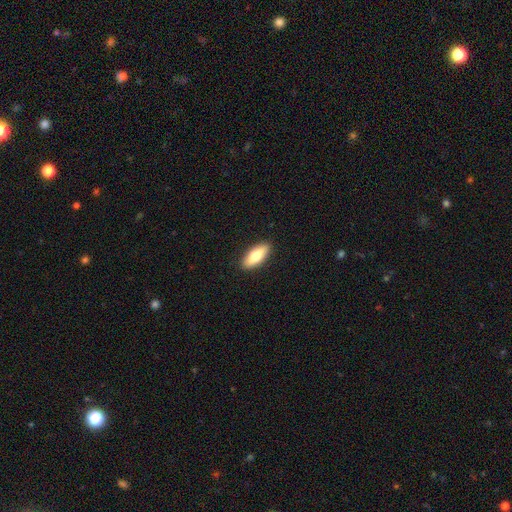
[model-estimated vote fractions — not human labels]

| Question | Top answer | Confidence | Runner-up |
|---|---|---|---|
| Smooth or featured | smooth | 74% | featured or disk (21%) |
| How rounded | in between | 78% | cigar-shaped (20%) |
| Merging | none | 90% | minor disturbance (7%) |